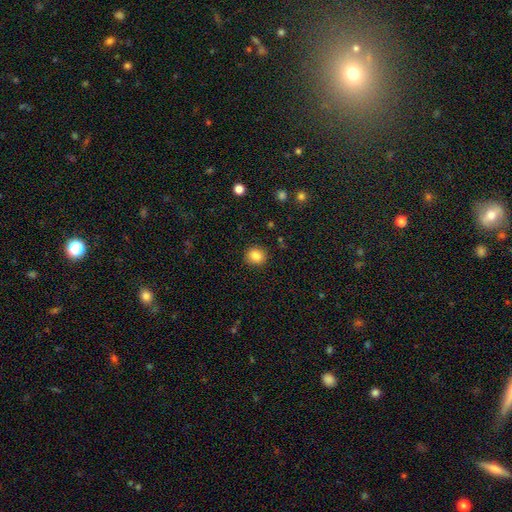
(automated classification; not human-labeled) The model was most divided on "how rounded": round: 80%, in between: 19%, cigar-shaped: 1%. More confident: merging — none (90%); smooth or featured — smooth (85%).